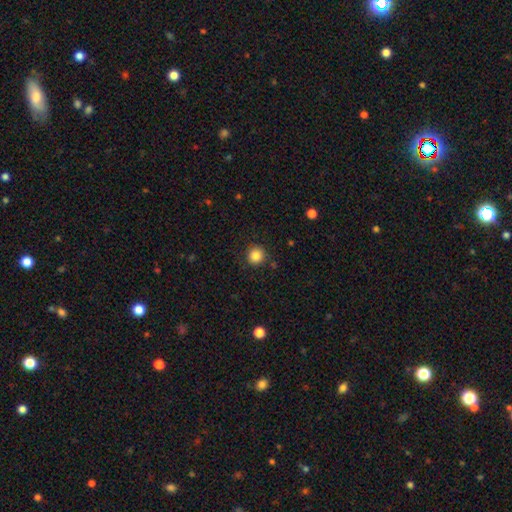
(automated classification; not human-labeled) This is clearly a smooth galaxy (85%). How rounded: clearly round (93%). Merging: clearly none (89%).